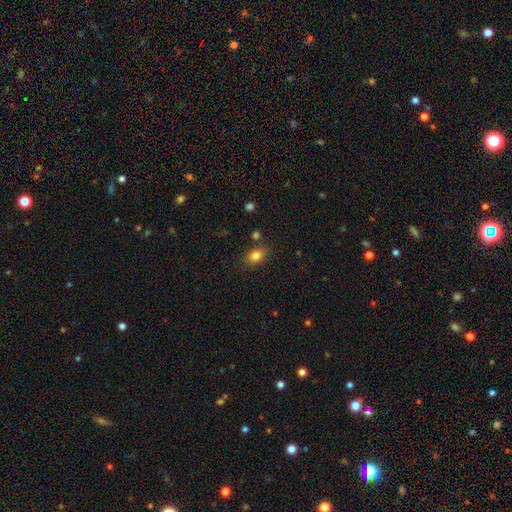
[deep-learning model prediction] smooth_or_featured: smooth (p=0.82) [alt: star or artifact p=0.10]
how_rounded: in between (p=0.78) [alt: round p=0.20]
merging: none (p=0.80) [alt: minor disturbance p=0.12]